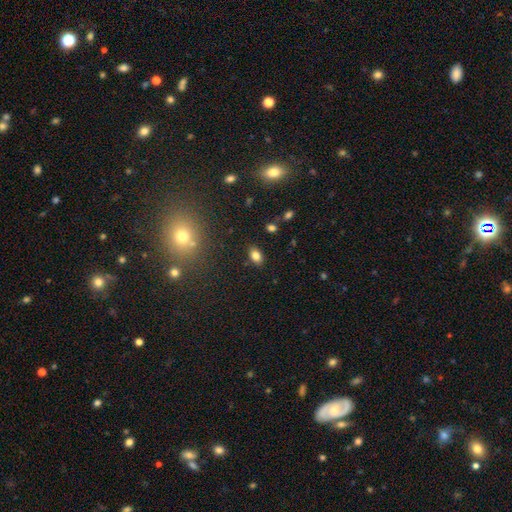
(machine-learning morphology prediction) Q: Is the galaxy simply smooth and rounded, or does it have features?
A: smooth — 81%.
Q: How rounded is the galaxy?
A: in between — 86%.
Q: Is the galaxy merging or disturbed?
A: none — 86%.